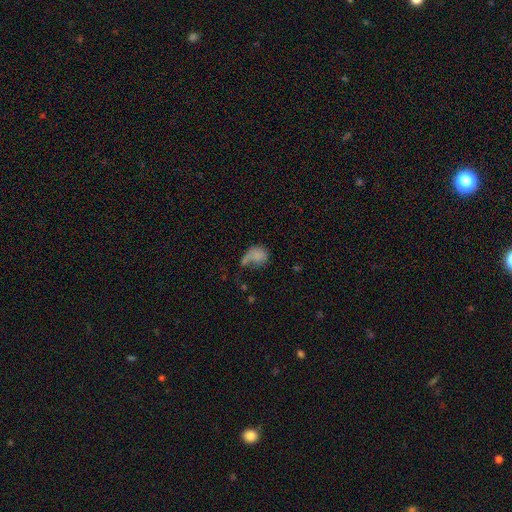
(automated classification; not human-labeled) smooth-or-featured: smooth: 72% | featured or disk: 17% | star or artifact: 11%
  how-rounded: round: 50% | in between: 49% | cigar-shaped: 2%
  merging: major disturbance: 35% | none: 28% | minor disturbance: 20% | merger: 17%